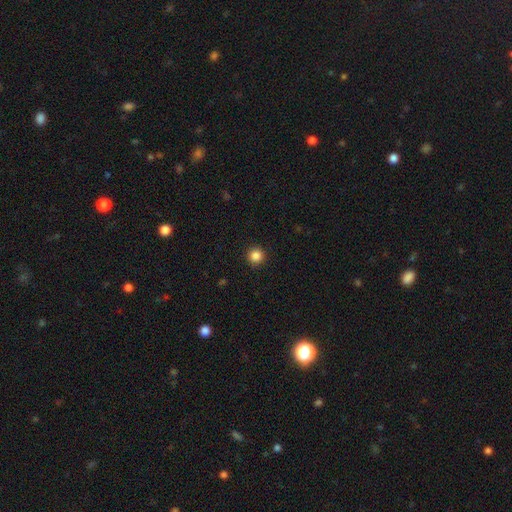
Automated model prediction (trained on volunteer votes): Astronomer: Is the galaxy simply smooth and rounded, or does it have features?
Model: smooth — 86%.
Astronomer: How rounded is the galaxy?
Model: round — 96%.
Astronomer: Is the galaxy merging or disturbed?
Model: none — 93%.